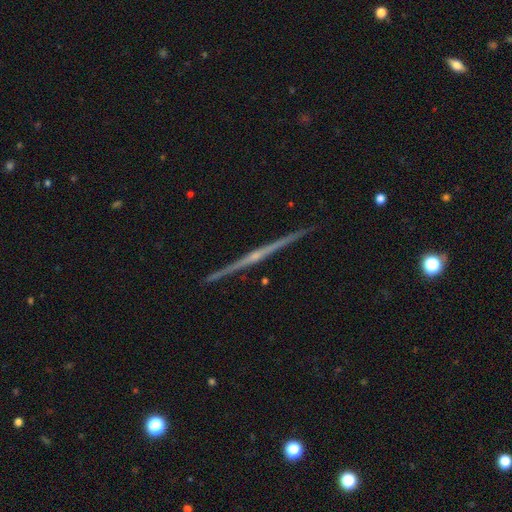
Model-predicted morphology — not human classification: This is clearly a featured or disk galaxy (83%). It is clearly viewed edge-on (99%). Edge-on bulge: likely rounded (60%). Merging: clearly none (93%).